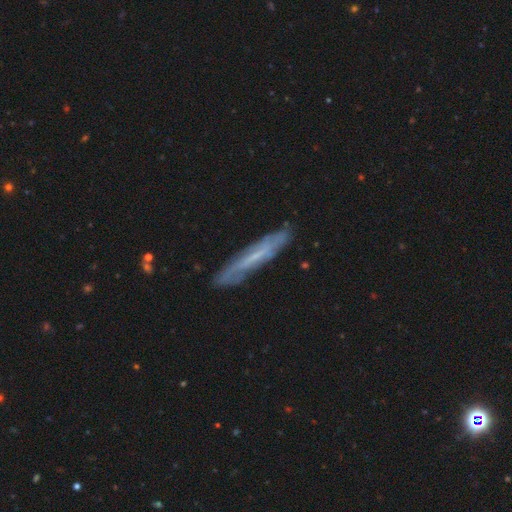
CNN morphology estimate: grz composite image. It shows a featured or disk galaxy (61%) viewed edge-on (64%). Merging: none (81%).